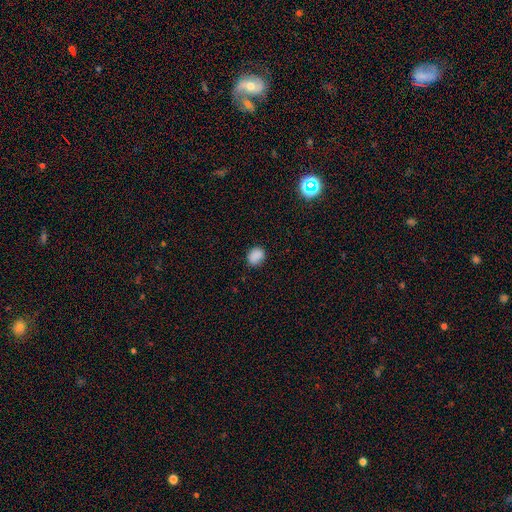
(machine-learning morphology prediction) Overall: smooth (87%). How rounded: in between (55%; round 44%). Merging: none (83%).